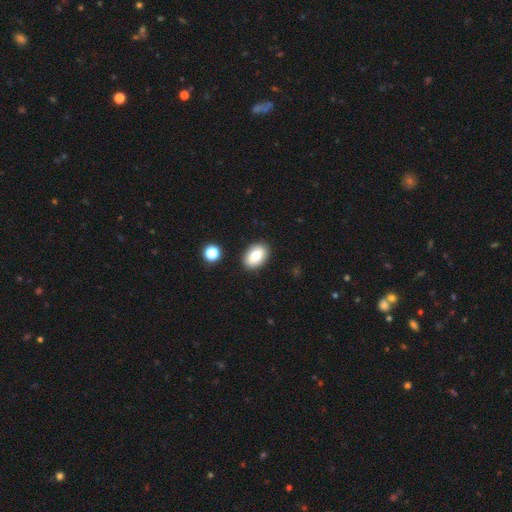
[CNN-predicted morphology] smooth-or-featured: smooth: 76% | featured or disk: 15% | star or artifact: 9%
  how-rounded: in between: 84% | round: 15% | cigar-shaped: 1%
  merging: none: 87% | minor disturbance: 8% | merger: 2% | major disturbance: 2%